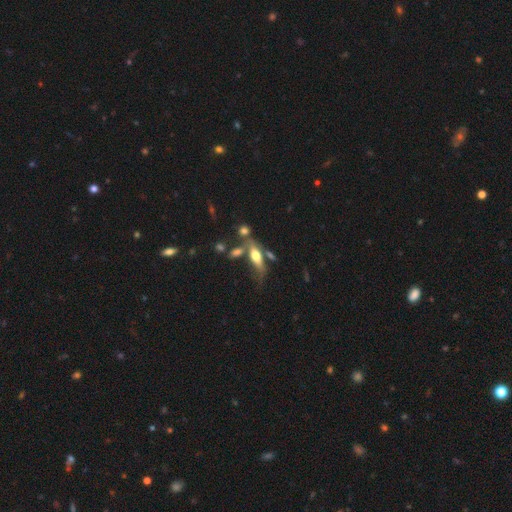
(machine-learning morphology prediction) Smooth or featured: smooth — 49% (featured or disk — 44%)
Merging: none — 46% (merger — 22%)